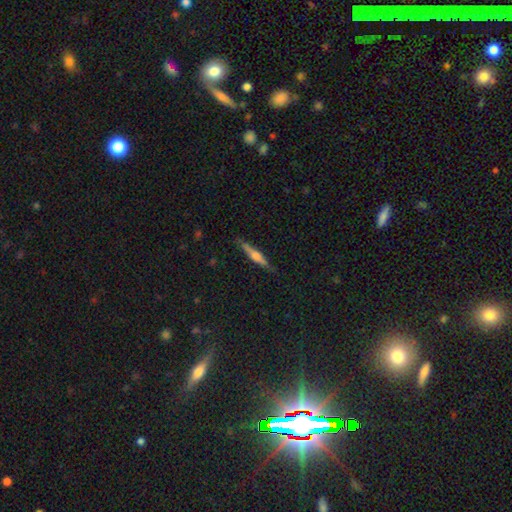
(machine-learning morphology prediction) A featured or disk galaxy (51%) viewed edge-on (96%). Merging: none (85%).